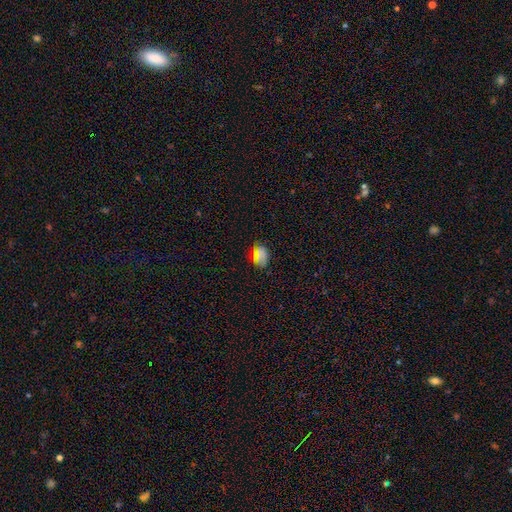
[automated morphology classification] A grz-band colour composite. It shows a smooth galaxy with no disk features (71%) that is in between round and cigar-shaped (62%). Merging: none (84%).